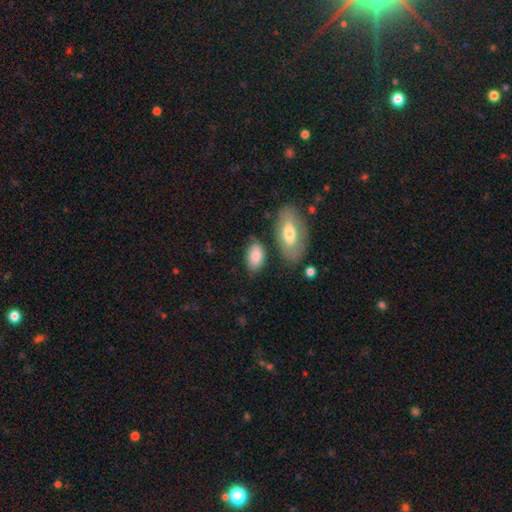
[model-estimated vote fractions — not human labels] Overall: smooth (82%). How rounded: in between (92%). Merging: none (70%).